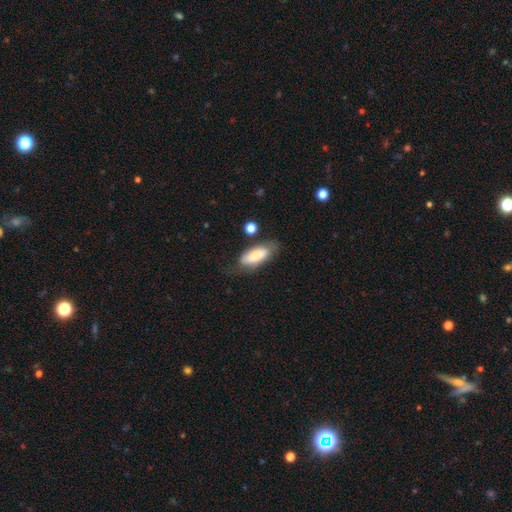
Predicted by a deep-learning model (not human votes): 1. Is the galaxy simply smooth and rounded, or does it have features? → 66% smooth, 27% featured or disk, 7% star or artifact.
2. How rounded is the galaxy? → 78% in between, 20% cigar-shaped, 2% round.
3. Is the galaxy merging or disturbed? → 61% none, 23% minor disturbance, 10% major disturbance, 5% merger.